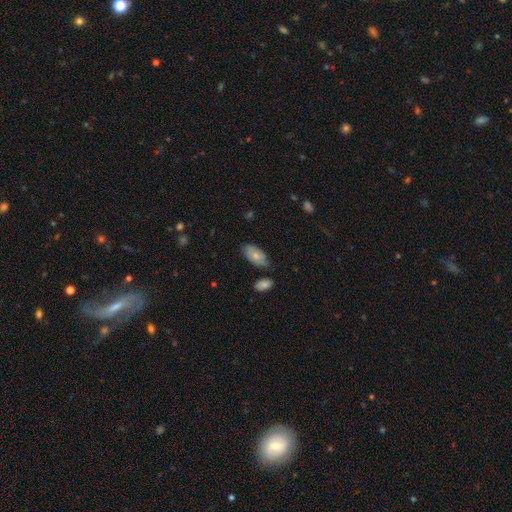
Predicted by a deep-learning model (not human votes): Overall: smooth (71%). How rounded: in between (93%). Merging: none (68%).